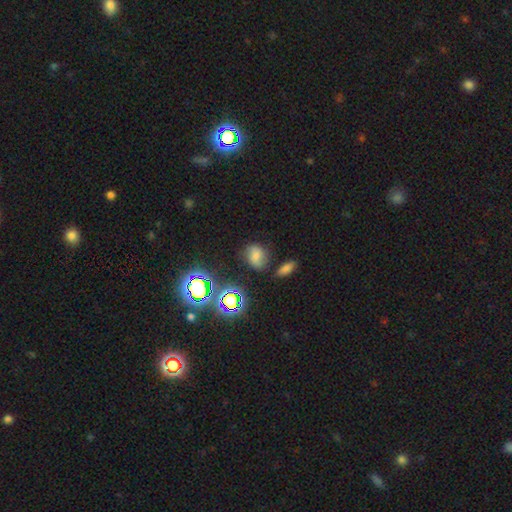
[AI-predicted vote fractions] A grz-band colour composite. It shows a smooth galaxy with no disk features (62%) that is in between round and cigar-shaped (61%). Merging: none (65%).